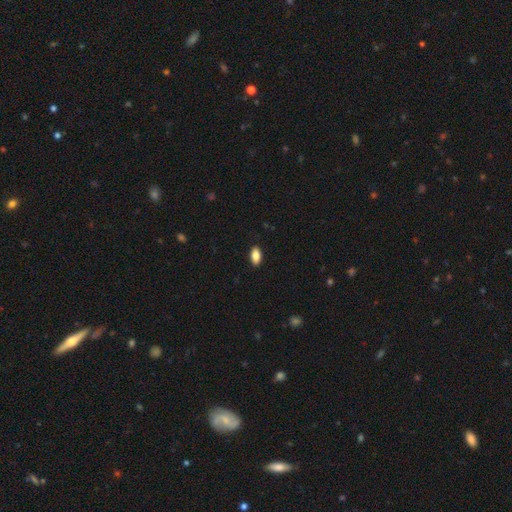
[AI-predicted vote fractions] Smooth or featured? smooth (85%)
How rounded? in between (91%)
Merging? none (89%)